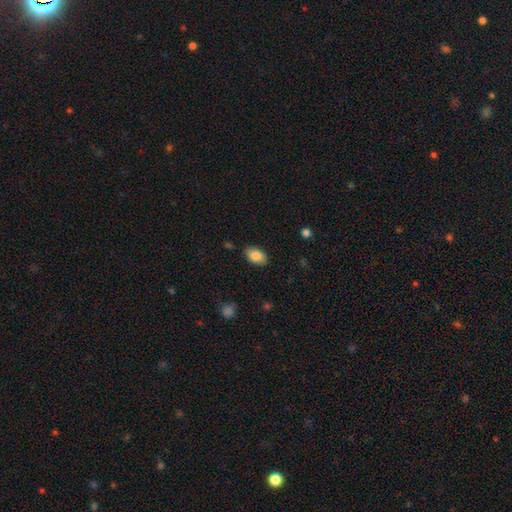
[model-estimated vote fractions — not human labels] Smooth or featured? smooth (86%)
How rounded? in between (92%)
Merging? none (85%)